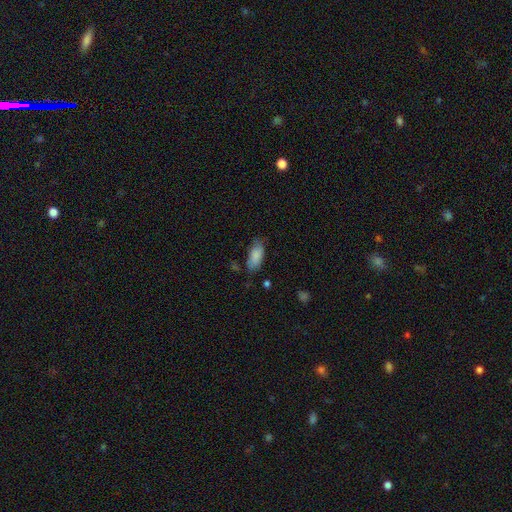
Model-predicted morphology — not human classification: A smooth galaxy with no disk features (87%) that is in between round and cigar-shaped (86%).

Vote fractions:
- Smooth or featured? smooth: 87% / featured or disk: 7% / star or artifact: 7%
- How rounded? in between: 86% / cigar-shaped: 12% / round: 2%
- Merging? none: 71% / minor disturbance: 21% / major disturbance: 5% / merger: 3%